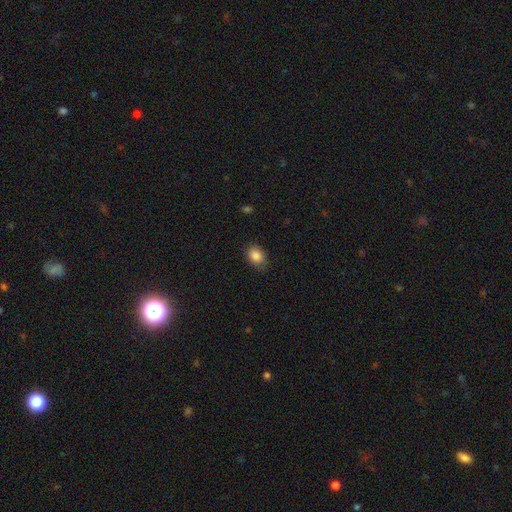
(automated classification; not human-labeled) A smooth galaxy with no disk features (87%) that is in between round and cigar-shaped (71%).

Vote fractions:
- Smooth or featured? smooth: 87% / star or artifact: 8% / featured or disk: 5%
- How rounded? in between: 71% / round: 28% / cigar-shaped: 1%
- Merging? none: 77% / minor disturbance: 18% / major disturbance: 4% / merger: 1%